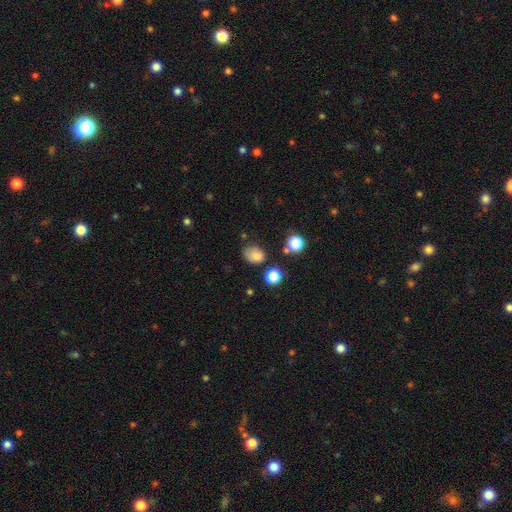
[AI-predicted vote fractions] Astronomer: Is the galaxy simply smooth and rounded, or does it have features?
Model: smooth — 79%.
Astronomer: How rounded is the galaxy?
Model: in between — 60% (runner-up: round, 39%).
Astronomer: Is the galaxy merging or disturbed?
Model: none — 59%.